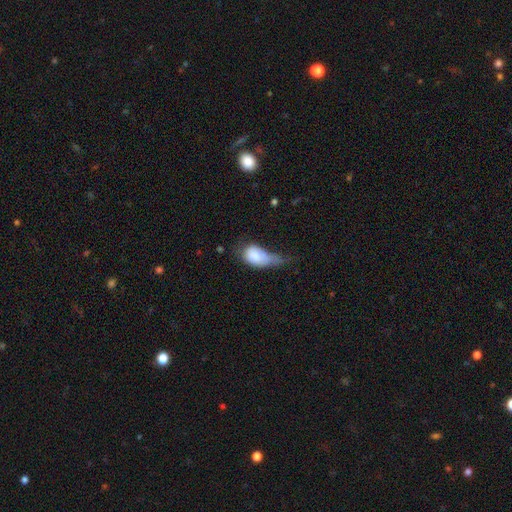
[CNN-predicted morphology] This appears to be a smooth galaxy with no disk features (74%) that is in between round and cigar-shaped (81%). Merging: major disturbance (41%).